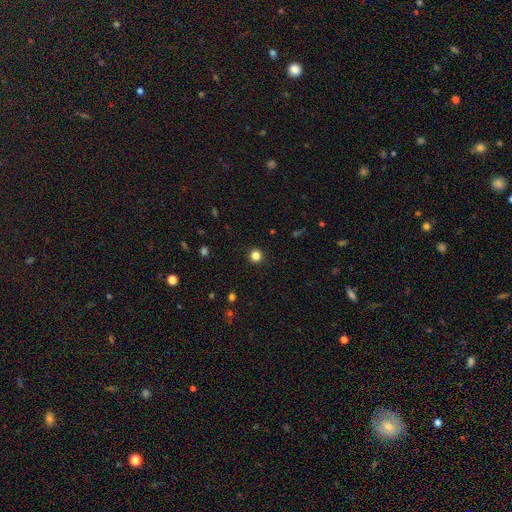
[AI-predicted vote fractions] A smooth galaxy with no disk features (83%) that is round (95%). Merging: none (93%).